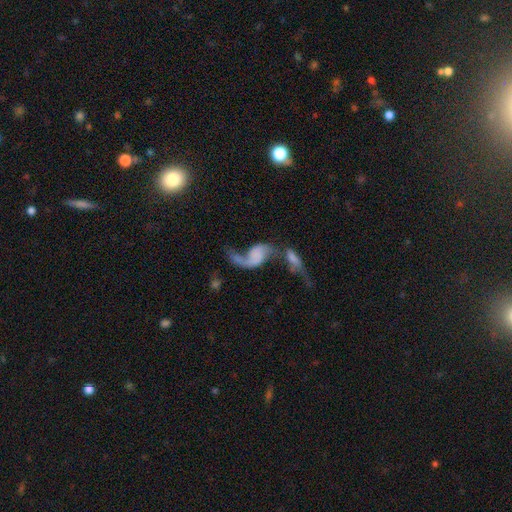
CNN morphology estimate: A featured or disk galaxy (64%) with no bar (66%), spiral arms (80%) and no central bulge (66%). Merging: merger (51%).